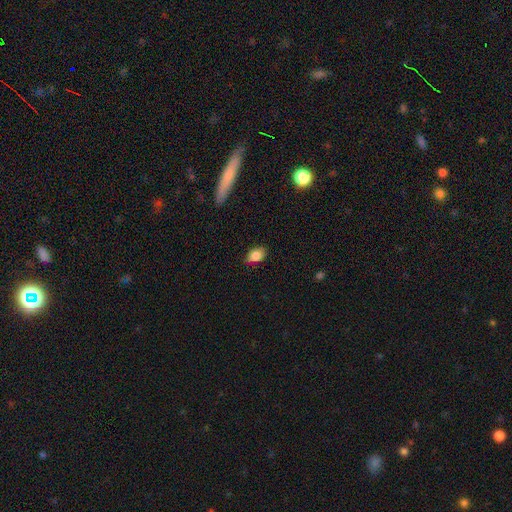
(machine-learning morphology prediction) Smooth or featured? Predicted: smooth (p=0.84). How rounded? Predicted: in between (p=0.84). Merging? Predicted: none (p=0.78).